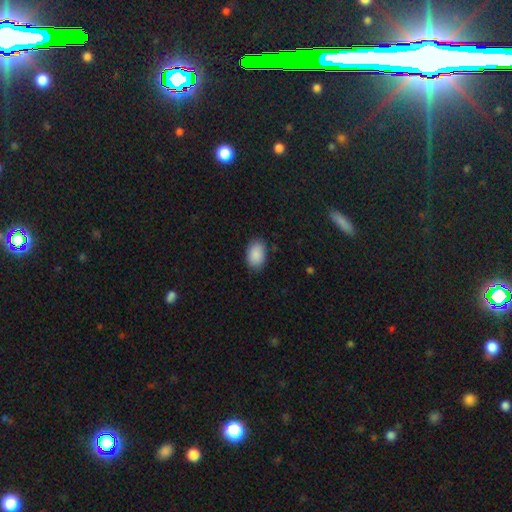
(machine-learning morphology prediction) type=smooth (89%); roundness=in between (86%); merging=none (84%).